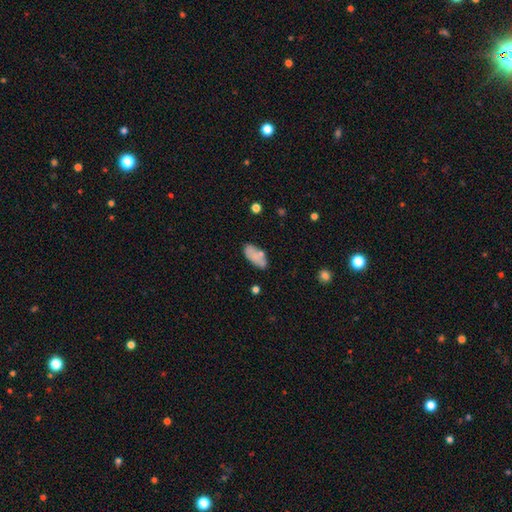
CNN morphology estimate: Smooth or featured? smooth (76%)
How rounded? in between (89%)
Merging? none (61%)